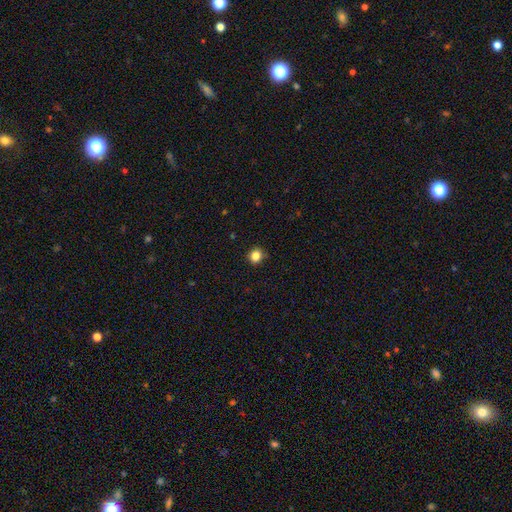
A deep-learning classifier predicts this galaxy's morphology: Smooth or featured: smooth — 84% (star or artifact — 12%)
How rounded: round — 85% (in between — 14%)
Merging: none — 90% (minor disturbance — 7%)